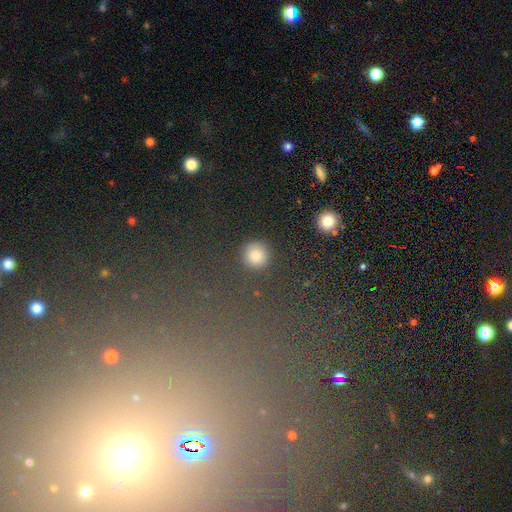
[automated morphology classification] The model was most divided on "smooth or featured": smooth: 83%, star or artifact: 12%, featured or disk: 5%. More confident: how rounded — round (95%); merging — none (90%).